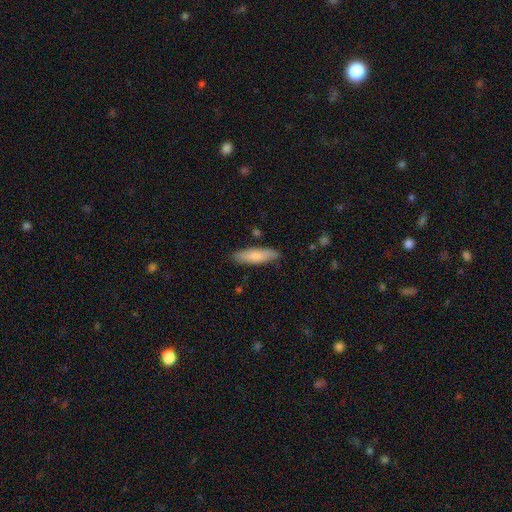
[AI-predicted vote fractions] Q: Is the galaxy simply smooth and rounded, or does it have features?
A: smooth — 78%.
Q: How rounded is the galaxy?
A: cigar-shaped — 60%.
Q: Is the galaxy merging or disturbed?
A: none — 84%.